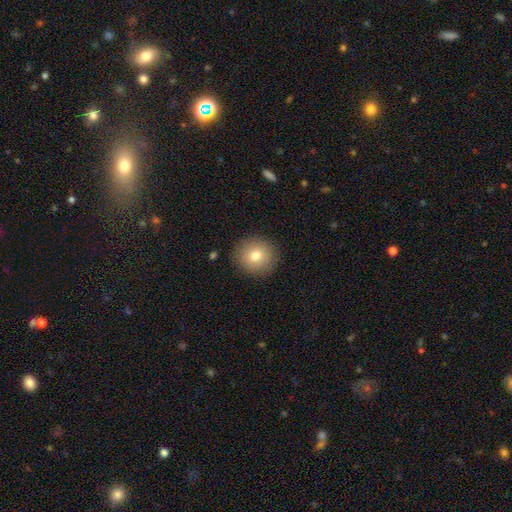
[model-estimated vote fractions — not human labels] A smooth galaxy with no disk features (79%) that is round (92%). Merging: none (90%).